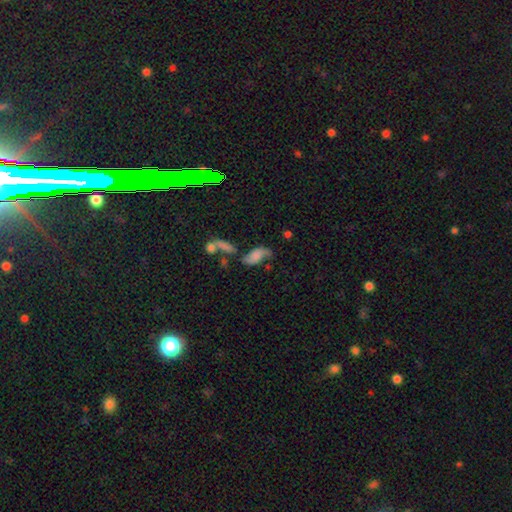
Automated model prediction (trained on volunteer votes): Morphology: type=smooth (47%); merging=none (43%).